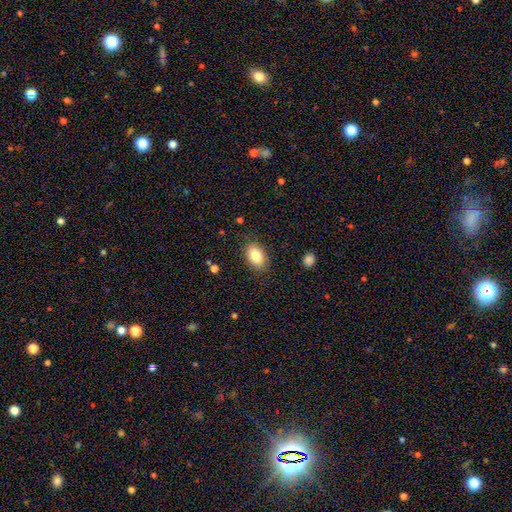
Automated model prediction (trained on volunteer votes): Q: Smooth or featured?
A: smooth (82%); runner-up: featured or disk (10%)
Q: How rounded?
A: in between (87%); runner-up: round (11%)
Q: Merging?
A: none (85%); runner-up: minor disturbance (11%)